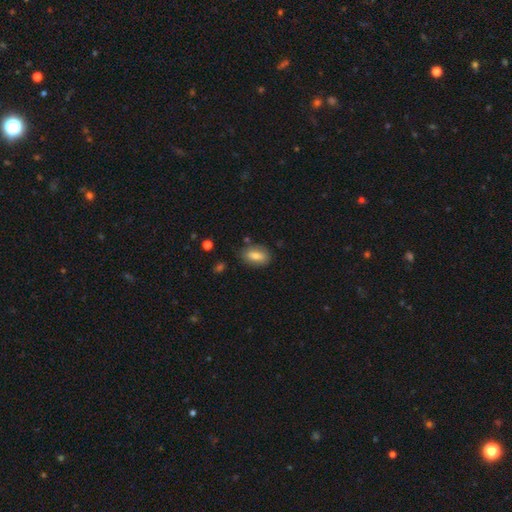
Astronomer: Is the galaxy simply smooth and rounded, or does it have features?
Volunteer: smooth — 79%.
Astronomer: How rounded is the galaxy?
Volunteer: in between — 87%.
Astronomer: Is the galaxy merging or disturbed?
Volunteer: none — 84%.